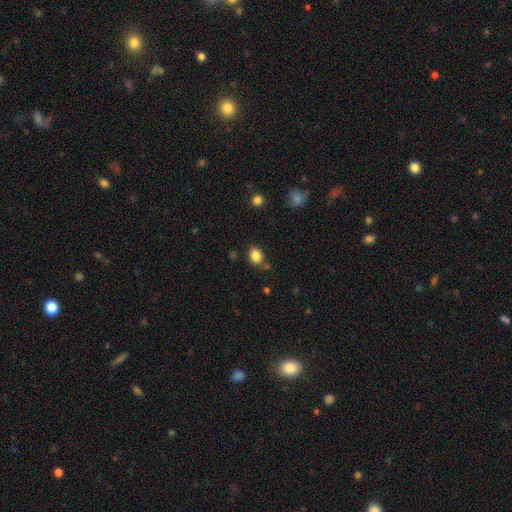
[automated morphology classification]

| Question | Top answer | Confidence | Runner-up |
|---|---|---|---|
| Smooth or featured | smooth | 85% | star or artifact (11%) |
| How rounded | round | 56% | in between (43%) |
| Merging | none | 78% | minor disturbance (13%) |